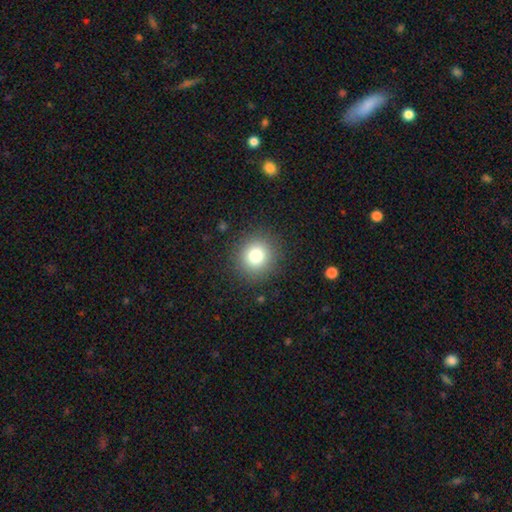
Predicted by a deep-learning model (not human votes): Smooth or featured?
  - smooth: 79% *
  - star or artifact: 12%
  - featured or disk: 9%
How rounded?
  - round: 91% *
  - in between: 8%
  - cigar-shaped: 1%
Merging?
  - none: 89% *
  - minor disturbance: 7%
  - major disturbance: 3%
  - merger: 1%